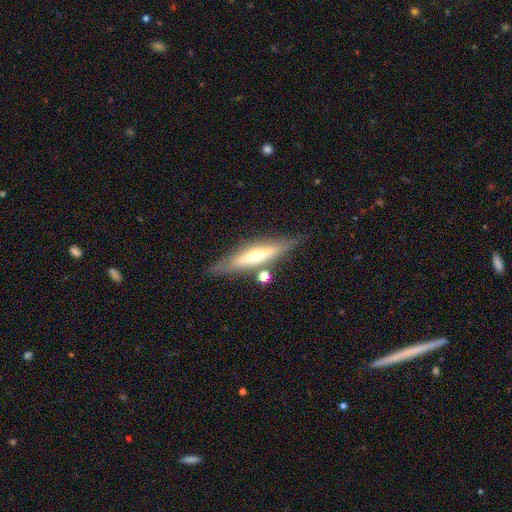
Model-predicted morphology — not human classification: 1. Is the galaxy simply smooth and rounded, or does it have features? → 61% featured or disk, 32% smooth, 7% star or artifact.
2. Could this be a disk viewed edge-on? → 87% yes, 13% no.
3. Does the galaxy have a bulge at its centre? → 79% rounded, 14% none, 7% boxy.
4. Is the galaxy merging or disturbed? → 78% none, 13% minor disturbance, 6% merger, 3% major disturbance.